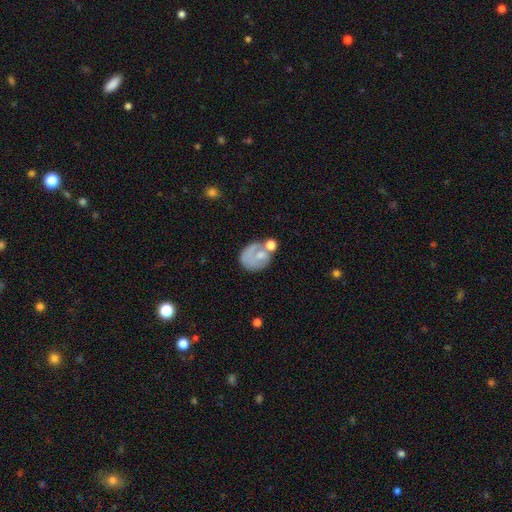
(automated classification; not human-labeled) A smooth galaxy with no disk features (50%). Merging: none (39%).